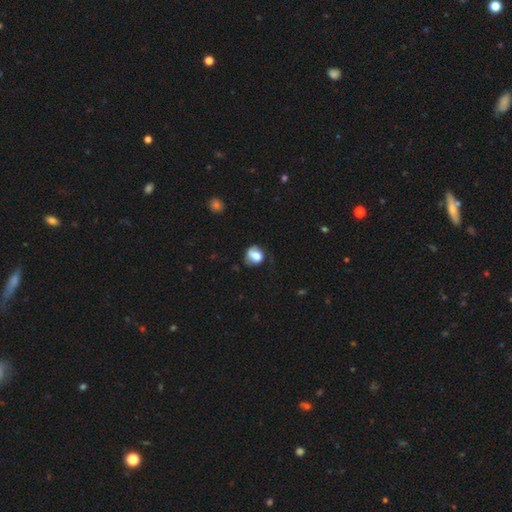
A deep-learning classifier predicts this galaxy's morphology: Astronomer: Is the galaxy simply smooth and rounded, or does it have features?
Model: smooth — 70%.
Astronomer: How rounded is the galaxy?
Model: round — 62%.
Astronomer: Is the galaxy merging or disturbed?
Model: none — 46% (runner-up: minor disturbance, 31%).